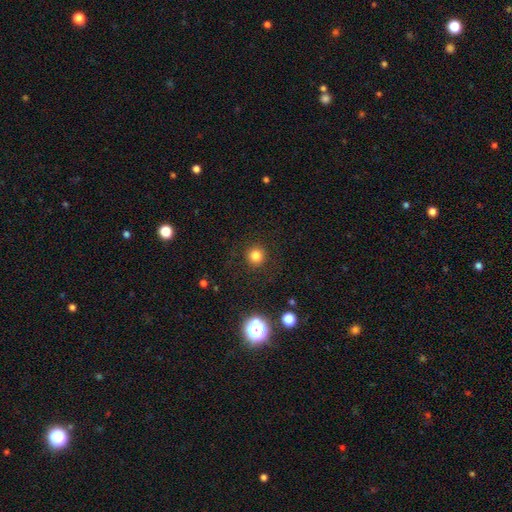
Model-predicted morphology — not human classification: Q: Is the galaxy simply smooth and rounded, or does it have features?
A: smooth — 80%.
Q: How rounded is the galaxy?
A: round — 94%.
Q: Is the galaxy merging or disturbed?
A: none — 91%.